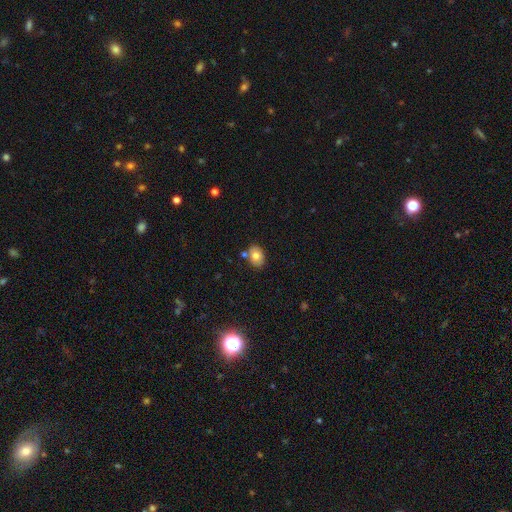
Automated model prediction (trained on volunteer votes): This appears to be a smooth galaxy with no disk features (78%) that is in between round and cigar-shaped (73%). Merging: none (74%).